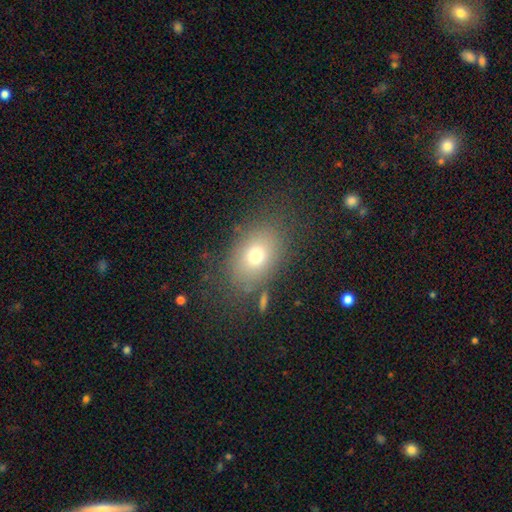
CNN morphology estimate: The model was most divided on "how rounded": in between: 74%, round: 24%, cigar-shaped: 1%. More confident: merging — none (79%); smooth or featured — smooth (72%).